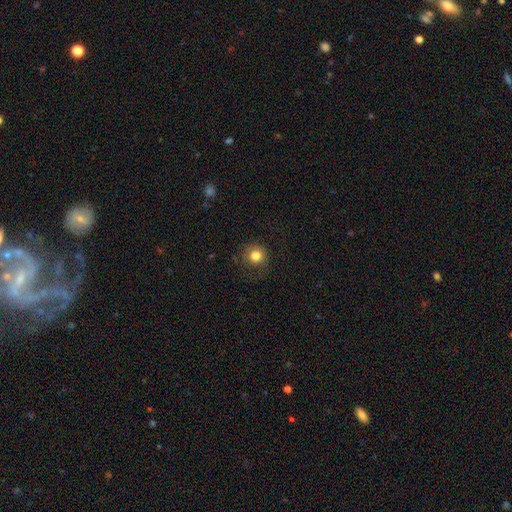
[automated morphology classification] Smooth or featured?
  - smooth: 81% *
  - star or artifact: 11%
  - featured or disk: 8%
How rounded?
  - round: 90% *
  - in between: 9%
  - cigar-shaped: 1%
Merging?
  - none: 73% *
  - minor disturbance: 15%
  - major disturbance: 10%
  - merger: 1%